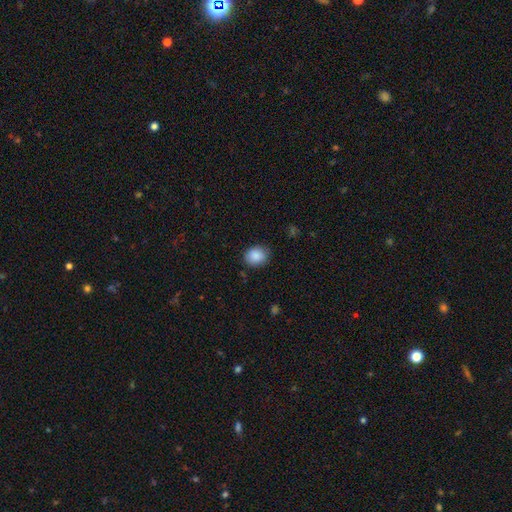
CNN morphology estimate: This appears to be a smooth galaxy with no disk features (88%) that is round (56%). Merging: none (83%).